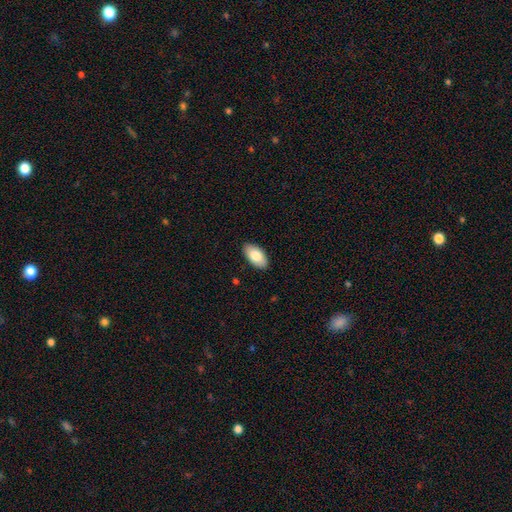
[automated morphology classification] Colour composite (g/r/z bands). It shows a smooth galaxy with no disk features (83%) that is in between round and cigar-shaped (96%). Merging: none (89%).